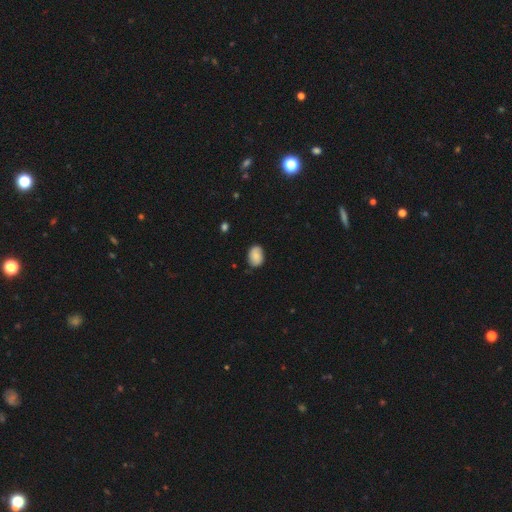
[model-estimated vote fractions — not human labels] Overall: smooth (77%). How rounded: in between (77%). Merging: none (76%).